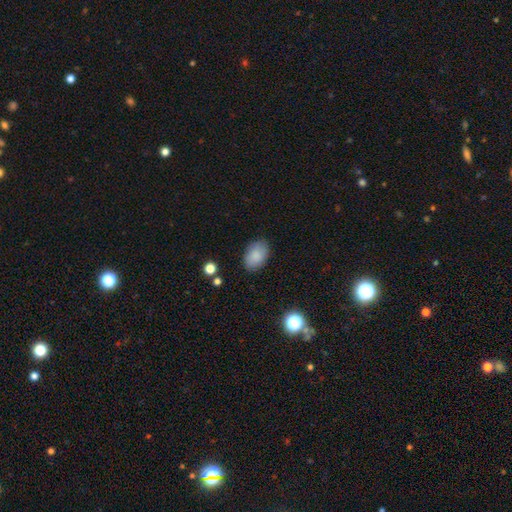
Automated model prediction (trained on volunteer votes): Smooth or featured? Predicted: smooth (p=0.86). How rounded? Predicted: in between (p=0.87). Merging? Predicted: none (p=0.85).